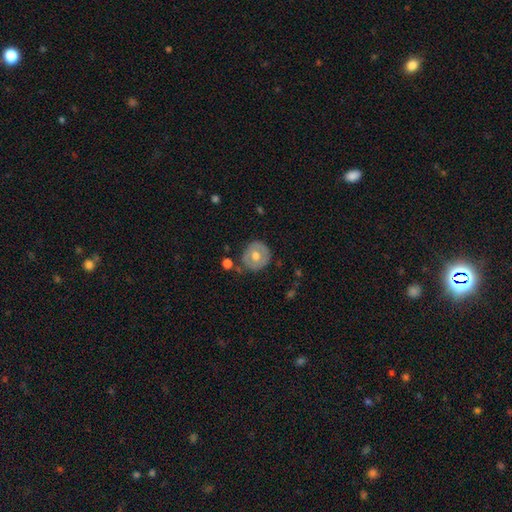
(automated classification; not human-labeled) Smooth or featured?
  - smooth: 51% *
  - featured or disk: 42%
  - star or artifact: 8%
How rounded?
  - round: 85% *
  - in between: 14%
  - cigar-shaped: 1%
Merging?
  - none: 77% *
  - minor disturbance: 15%
  - merger: 4%
  - major disturbance: 4%